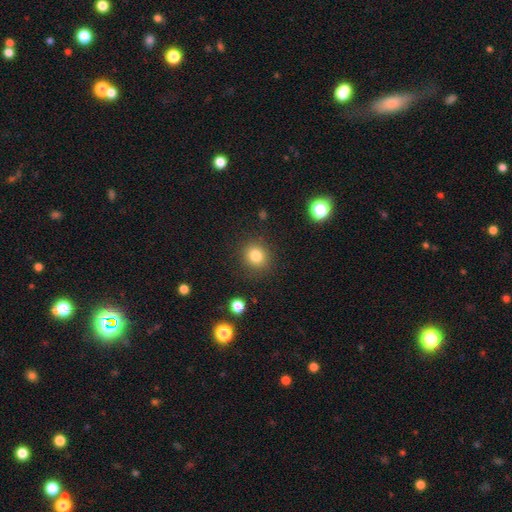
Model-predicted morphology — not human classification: smooth_or_featured: smooth (p=0.83) [alt: star or artifact p=0.12]
how_rounded: round (p=0.84) [alt: in between p=0.15]
merging: none (p=0.88) [alt: minor disturbance p=0.08]